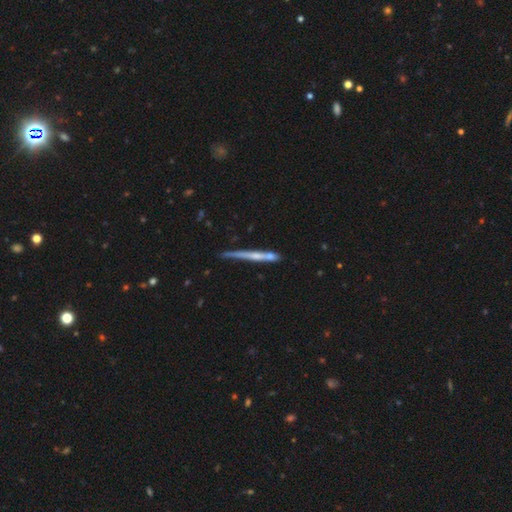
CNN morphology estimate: smooth_or_featured: featured or disk (p=0.55) [alt: smooth p=0.38]
disk_edge_on: yes (p=0.94) [alt: no p=0.06]
edge_on_bulge: none (p=0.66) [alt: rounded p=0.26]
merging: none (p=0.69) [alt: minor disturbance p=0.16]